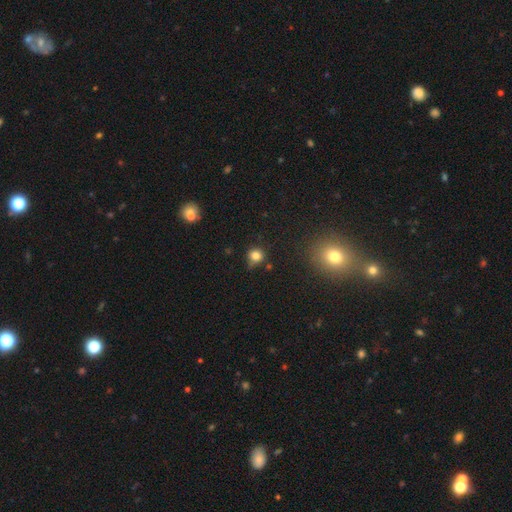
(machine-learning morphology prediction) Smooth or featured? Predicted: smooth (p=0.81). How rounded? Predicted: round (p=0.88). Merging? Predicted: none (p=0.68).